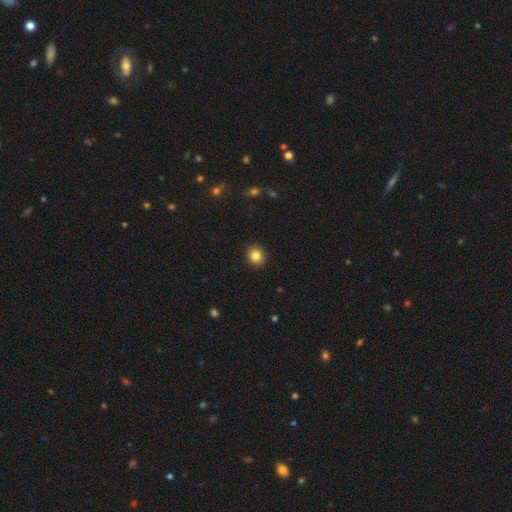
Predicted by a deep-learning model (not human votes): Q: Smooth or featured?
A: smooth (85%); runner-up: star or artifact (10%)
Q: How rounded?
A: round (79%); runner-up: in between (20%)
Q: Merging?
A: none (92%); runner-up: minor disturbance (6%)